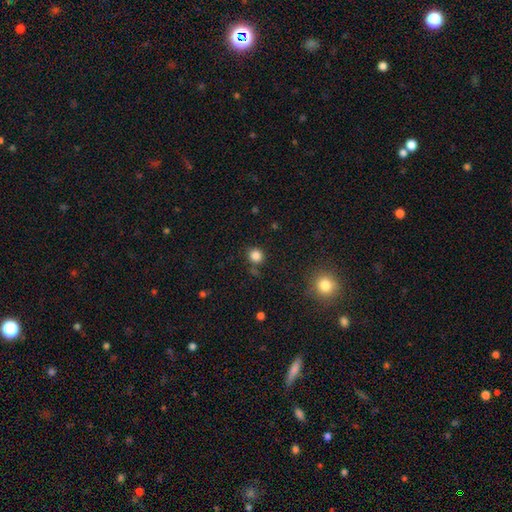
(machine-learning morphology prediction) Overall: smooth (84%). How rounded: round (87%). Merging: none (79%).